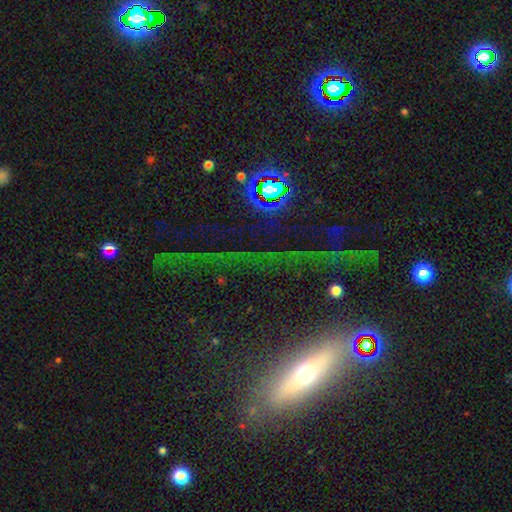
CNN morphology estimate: Smooth or featured? featured or disk (48%)
Merging? none (54%)